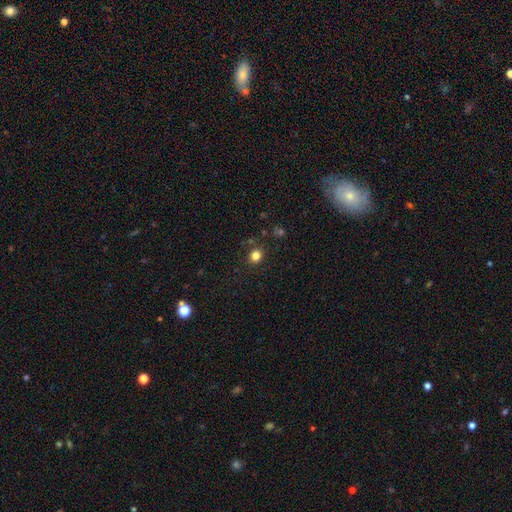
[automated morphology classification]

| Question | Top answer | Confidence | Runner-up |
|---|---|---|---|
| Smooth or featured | smooth | 82% | star or artifact (13%) |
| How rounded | round | 67% | in between (32%) |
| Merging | none | 84% | minor disturbance (10%) |